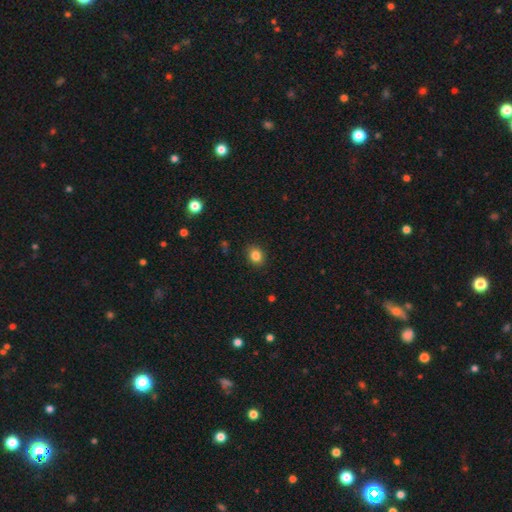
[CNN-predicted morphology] Smooth or featured? smooth (84%)
How rounded? round (59%)
Merging? none (90%)